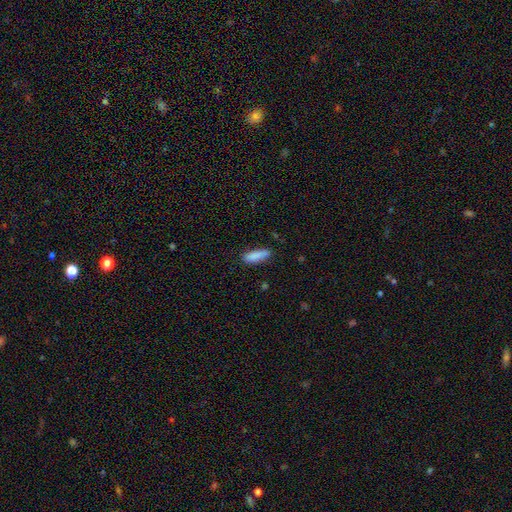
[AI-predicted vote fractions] Smooth or featured? Predicted: smooth (p=0.87). How rounded? Predicted: cigar-shaped (p=0.55). Merging? Predicted: none (p=0.82).